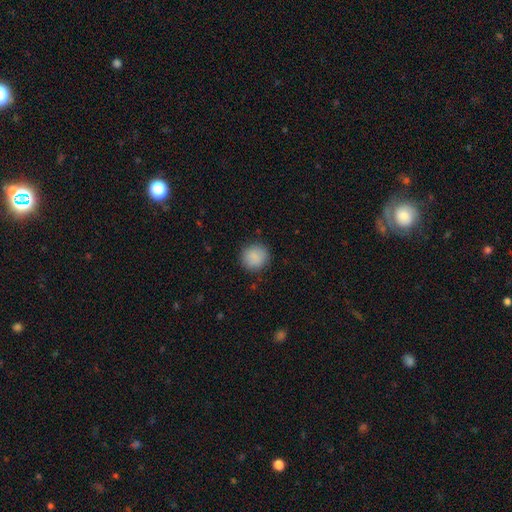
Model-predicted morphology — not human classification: smooth_or_featured: smooth (p=0.88) [alt: star or artifact p=0.08]
how_rounded: round (p=0.90) [alt: in between p=0.09]
merging: none (p=0.88) [alt: minor disturbance p=0.08]